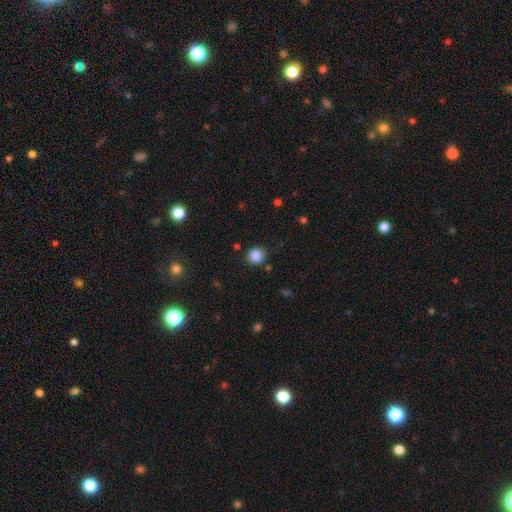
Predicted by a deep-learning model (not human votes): This is clearly a smooth galaxy (86%). How rounded: clearly round (90%). Merging: clearly none (86%).